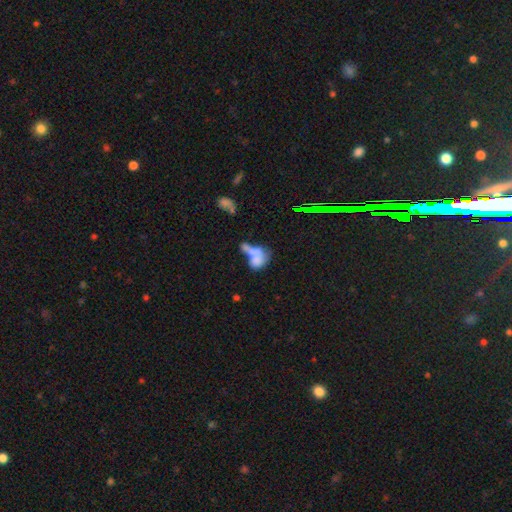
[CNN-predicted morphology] This appears to be a smooth galaxy with no disk features (61%) that is in between round and cigar-shaped (75%). Merging: merger (60%).